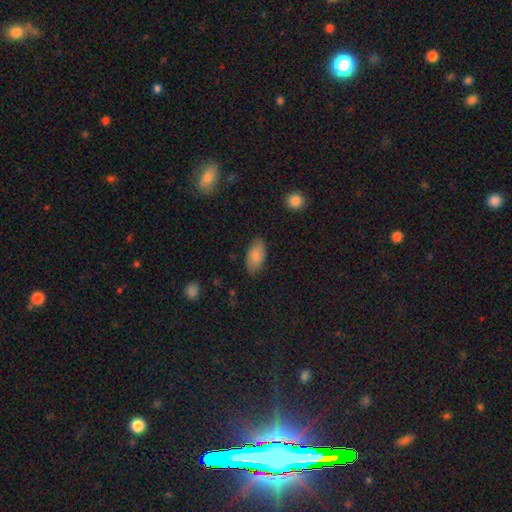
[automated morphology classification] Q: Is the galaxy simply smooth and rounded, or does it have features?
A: smooth — 84%.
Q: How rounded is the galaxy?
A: in between — 94%.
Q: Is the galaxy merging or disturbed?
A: none — 82%.